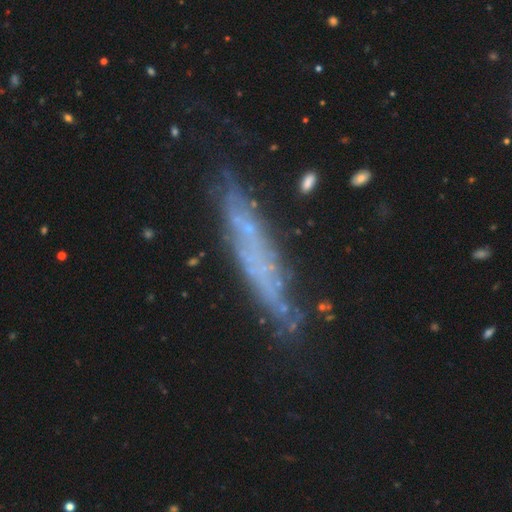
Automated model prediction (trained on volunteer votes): Smooth or featured? Predicted: featured or disk (p=0.57). Edge-on disk? Predicted: yes (p=0.60). Merging? Predicted: none (p=0.71).